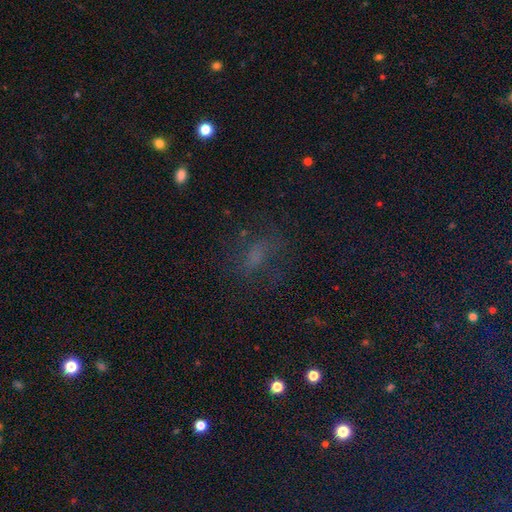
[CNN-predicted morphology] smooth-or-featured: smooth: 44% | star or artifact: 33% | featured or disk: 24%
  merging: none: 61% | major disturbance: 19% | minor disturbance: 18% | merger: 2%